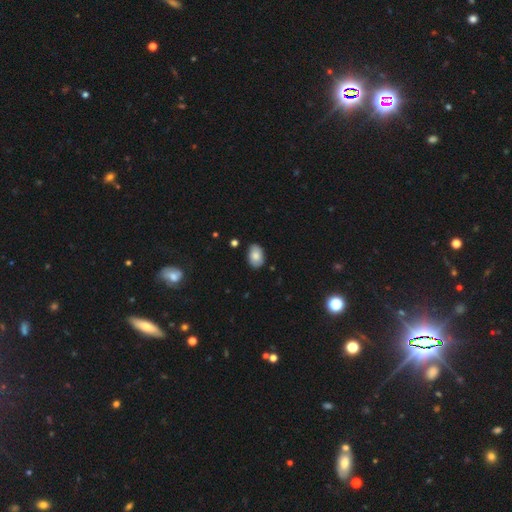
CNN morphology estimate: smooth-or-featured: smooth: 81% | featured or disk: 12% | star or artifact: 7%
  how-rounded: in between: 89% | round: 10% | cigar-shaped: 1%
  merging: none: 82% | minor disturbance: 14% | major disturbance: 2% | merger: 2%